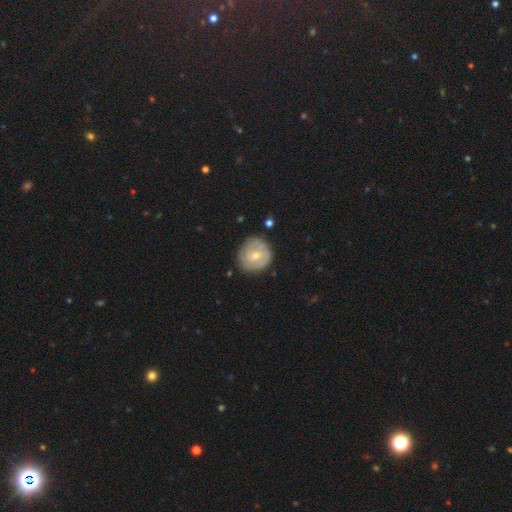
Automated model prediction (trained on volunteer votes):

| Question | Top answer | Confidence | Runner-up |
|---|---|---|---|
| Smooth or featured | featured or disk | 49% | smooth (45%) |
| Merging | none | 73% | minor disturbance (19%) |